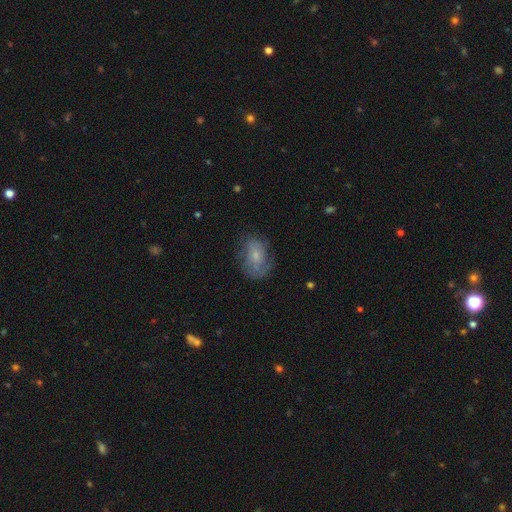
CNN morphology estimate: Smooth or featured? featured or disk (49%)
Merging? none (59%)